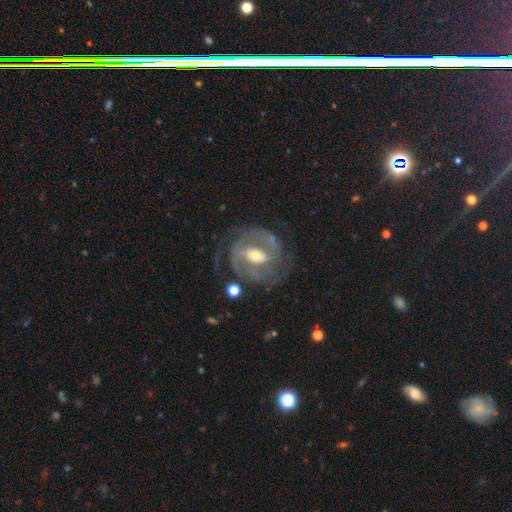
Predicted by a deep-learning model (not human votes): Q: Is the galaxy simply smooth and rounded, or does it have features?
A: featured or disk — 87%.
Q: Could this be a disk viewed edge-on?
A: no — 97%.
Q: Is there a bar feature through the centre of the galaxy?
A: weak — 44%.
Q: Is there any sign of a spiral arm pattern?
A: yes — 92%.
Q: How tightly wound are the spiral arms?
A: tight — 50%.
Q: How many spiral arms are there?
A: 2 — 56%.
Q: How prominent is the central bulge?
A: moderate — 59%.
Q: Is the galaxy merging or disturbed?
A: none — 67%.